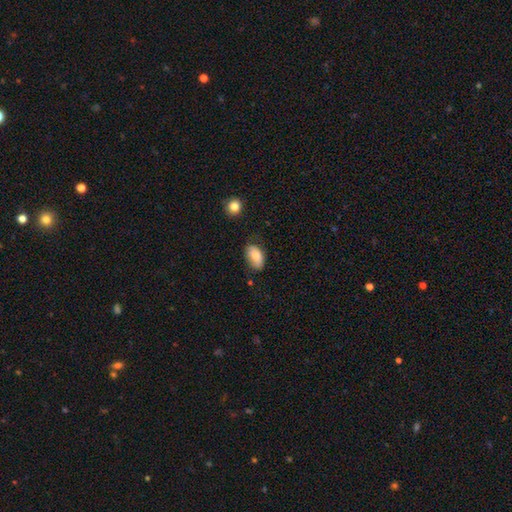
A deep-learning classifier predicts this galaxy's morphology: A smooth galaxy with no disk features (81%) that is in between round and cigar-shaped (93%).

Vote fractions:
- Smooth or featured? smooth: 81% / featured or disk: 11% / star or artifact: 7%
- How rounded? in between: 93% / round: 6% / cigar-shaped: 2%
- Merging? none: 62% / minor disturbance: 29% / major disturbance: 6% / merger: 2%